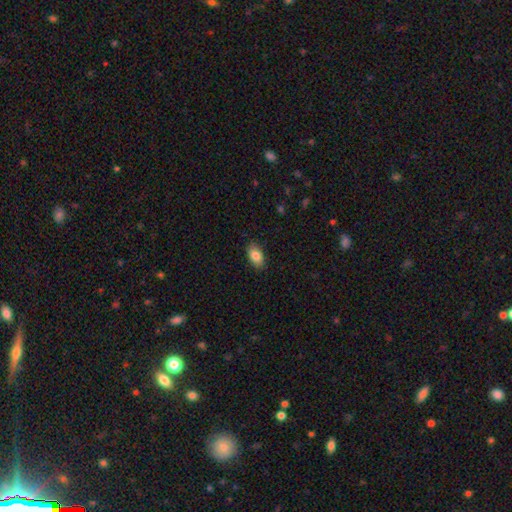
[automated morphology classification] Smooth or featured? Predicted: smooth (p=0.85). How rounded? Predicted: in between (p=0.92). Merging? Predicted: none (p=0.86).